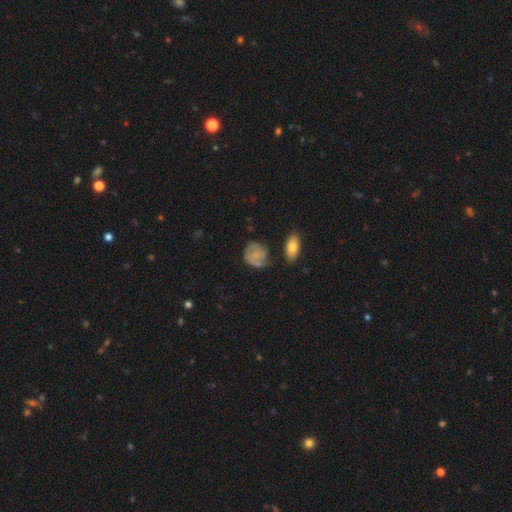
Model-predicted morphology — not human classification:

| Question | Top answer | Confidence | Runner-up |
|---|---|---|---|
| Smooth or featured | smooth | 52% | featured or disk (40%) |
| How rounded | round | 60% | in between (38%) |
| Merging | none | 51% | minor disturbance (26%) |